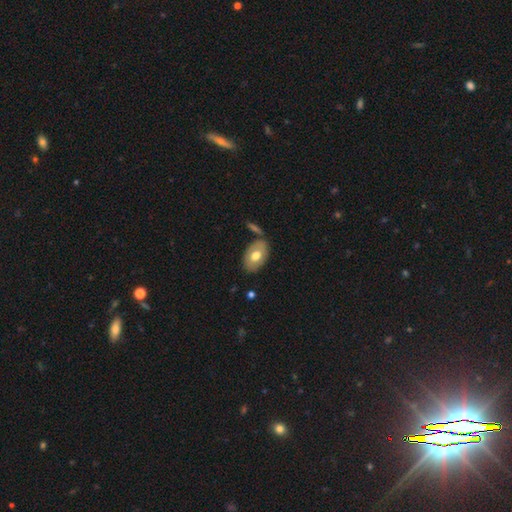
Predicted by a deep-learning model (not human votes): Smooth or featured: smooth — 63% (featured or disk — 31%)
How rounded: in between — 90% (round — 9%)
Merging: none — 74% (minor disturbance — 14%)